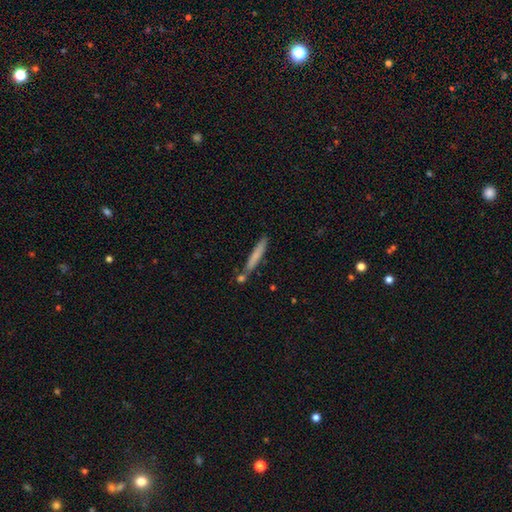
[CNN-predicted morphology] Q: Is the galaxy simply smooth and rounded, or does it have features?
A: smooth — 69%.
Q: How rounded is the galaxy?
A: cigar-shaped — 95%.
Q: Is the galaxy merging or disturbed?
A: none — 73%.